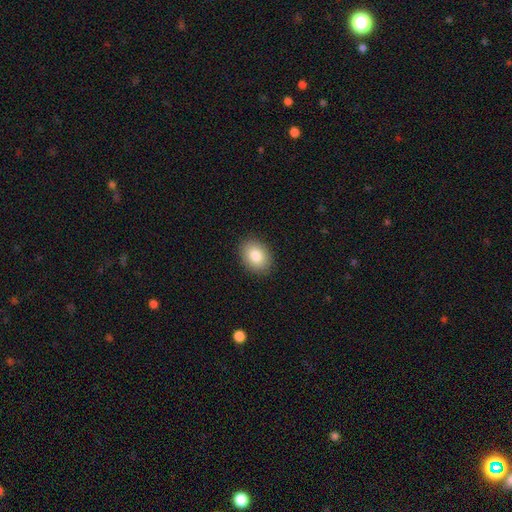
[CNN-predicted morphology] smooth_or_featured: smooth (p=0.84) [alt: featured or disk p=0.08]
how_rounded: in between (p=0.73) [alt: round p=0.26]
merging: none (p=0.89) [alt: minor disturbance p=0.08]